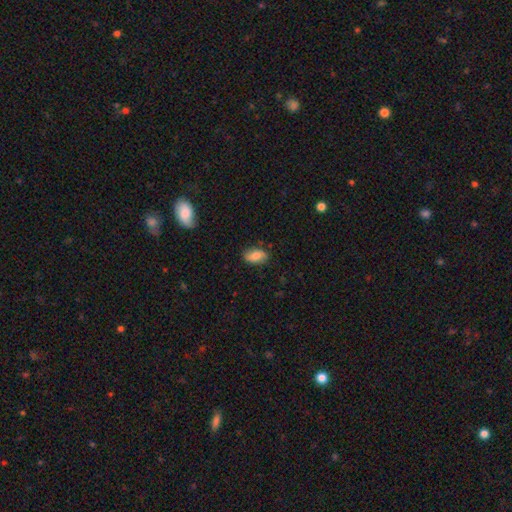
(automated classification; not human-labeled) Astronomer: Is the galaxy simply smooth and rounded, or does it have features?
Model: smooth — 73%.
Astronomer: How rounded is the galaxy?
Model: in between — 91%.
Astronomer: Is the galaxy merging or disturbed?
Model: none — 80%.